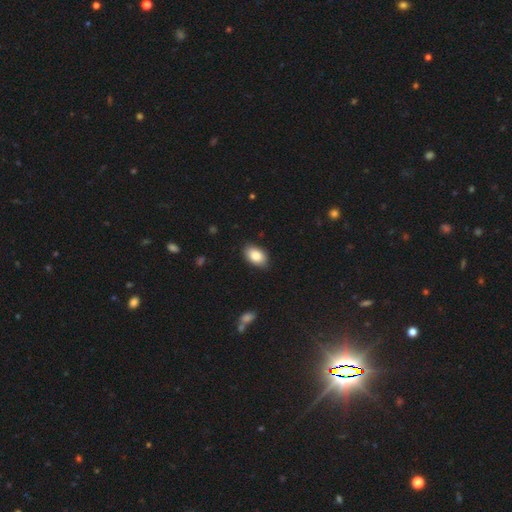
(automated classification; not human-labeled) smooth 85%, featured or disk 8%, star or artifact 7%. Down the decision tree: how rounded — in between (91%); merging — none (86%).